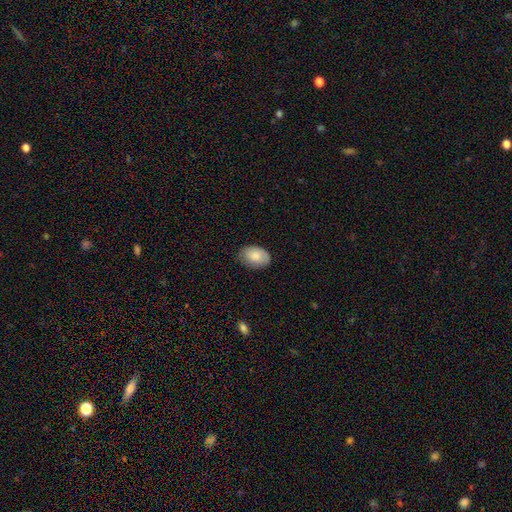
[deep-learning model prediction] The model was most divided on "merging": none: 77%, minor disturbance: 19%, major disturbance: 4%, merger: 1%. More confident: how rounded — in between (87%); smooth or featured — smooth (81%).